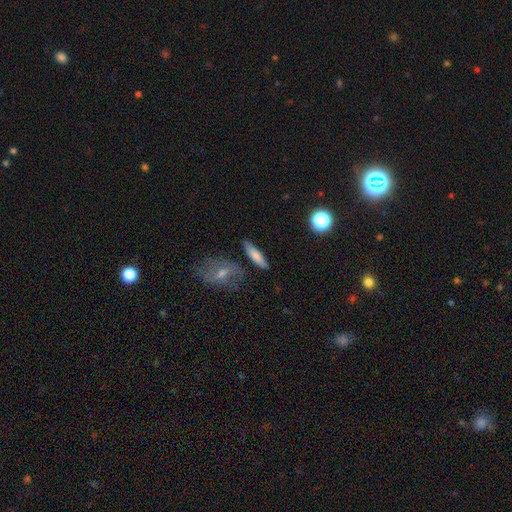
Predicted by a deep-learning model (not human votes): A smooth galaxy with no disk features (75%) that is cigar-shaped (63%).

Vote fractions:
- Smooth or featured? smooth: 75% / featured or disk: 17% / star or artifact: 8%
- How rounded? cigar-shaped: 63% / in between: 34% / round: 4%
- Merging? none: 76% / minor disturbance: 15% / merger: 5% / major disturbance: 4%